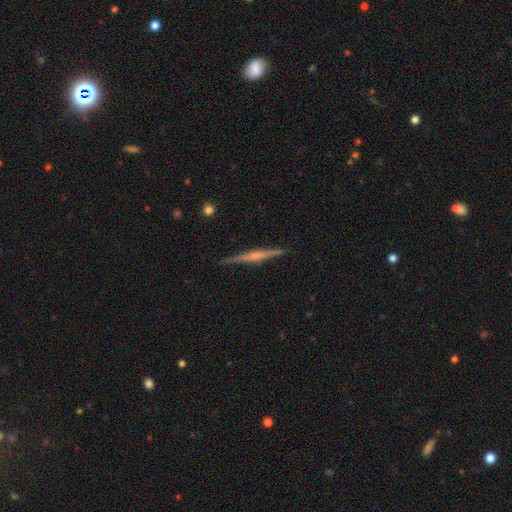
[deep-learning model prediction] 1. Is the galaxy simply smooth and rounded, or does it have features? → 74% featured or disk, 20% smooth, 6% star or artifact.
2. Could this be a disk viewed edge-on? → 98% yes, 2% no.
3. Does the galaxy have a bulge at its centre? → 65% rounded, 23% none, 12% boxy.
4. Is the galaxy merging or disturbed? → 91% none, 7% minor disturbance, 1% major disturbance, 1% merger.